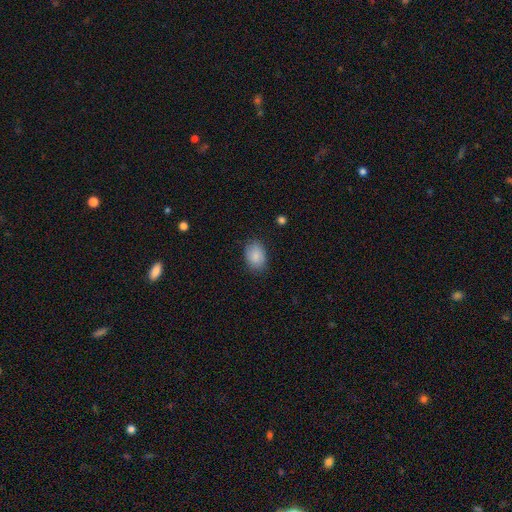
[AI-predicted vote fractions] Q: Smooth or featured?
A: smooth (87%); runner-up: star or artifact (7%)
Q: How rounded?
A: in between (76%); runner-up: round (23%)
Q: Merging?
A: none (80%); runner-up: minor disturbance (15%)